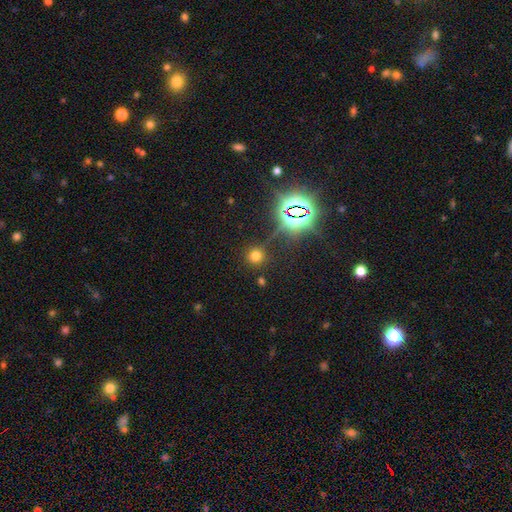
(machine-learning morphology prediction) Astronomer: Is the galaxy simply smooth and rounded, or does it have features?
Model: smooth — 63%.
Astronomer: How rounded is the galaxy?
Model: round — 93%.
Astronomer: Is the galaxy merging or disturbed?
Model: none — 83%.